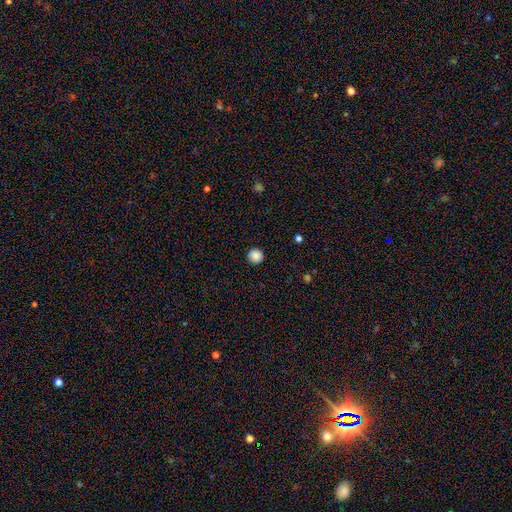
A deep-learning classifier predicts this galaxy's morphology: A smooth galaxy with no disk features (88%) that is round (95%).

Vote fractions:
- Smooth or featured? smooth: 88% / star or artifact: 9% / featured or disk: 3%
- How rounded? round: 95% / in between: 4% / cigar-shaped: 1%
- Merging? none: 92% / minor disturbance: 5% / major disturbance: 2% / merger: 1%